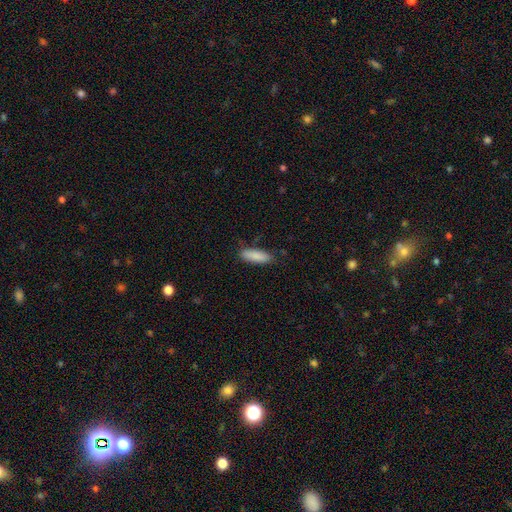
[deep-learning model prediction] A smooth galaxy with no disk features (87%) that is in between round and cigar-shaped (60%).

Vote fractions:
- Smooth or featured? smooth: 87% / featured or disk: 7% / star or artifact: 6%
- How rounded? in between: 60% / cigar-shaped: 38% / round: 2%
- Merging? none: 79% / minor disturbance: 16% / major disturbance: 3% / merger: 2%